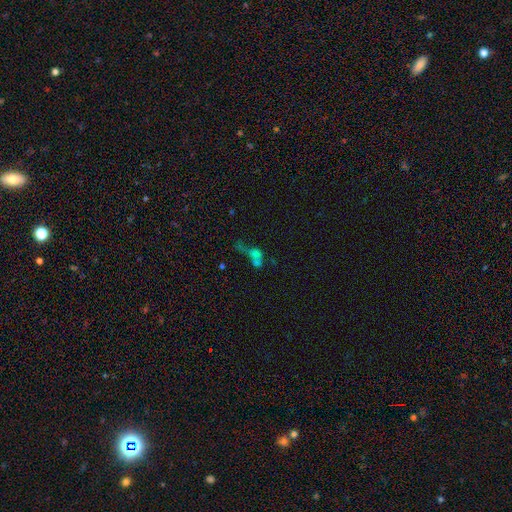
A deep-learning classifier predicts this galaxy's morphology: smooth 50%, featured or disk 28%, star or artifact 23%. Down the decision tree: merging — merger (59%).